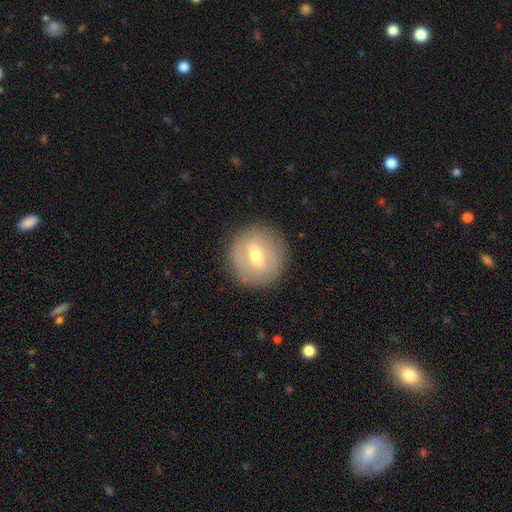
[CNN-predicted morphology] Overall: featured or disk (51%; smooth 41%). Edge-on disk: no (85%). Merging: none (87%).